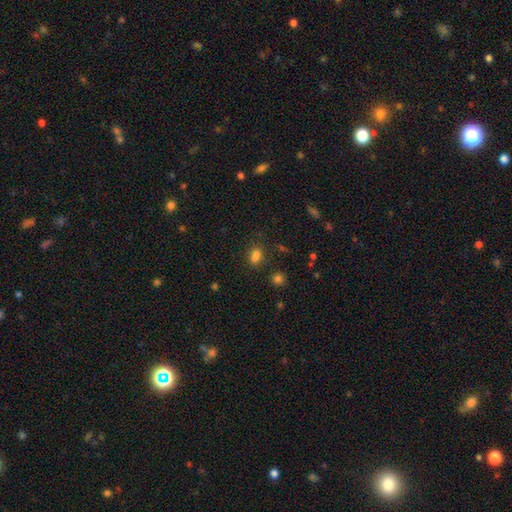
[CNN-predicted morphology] smooth 75%, star or artifact 18%, featured or disk 7%. Down the decision tree: how rounded — in between (66%); merging — none (62%).